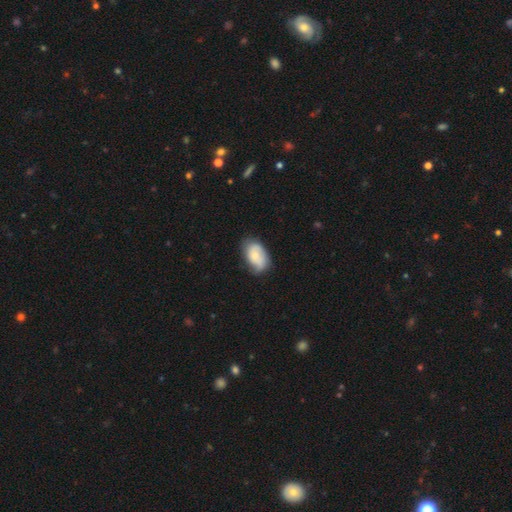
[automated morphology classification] Smooth or featured?
  - smooth: 63% *
  - featured or disk: 30%
  - star or artifact: 7%
How rounded?
  - in between: 90% *
  - round: 8%
  - cigar-shaped: 1%
Merging?
  - none: 60% *
  - minor disturbance: 30%
  - major disturbance: 8%
  - merger: 2%